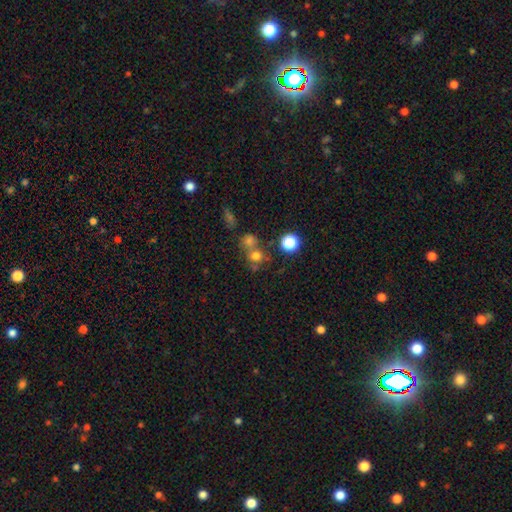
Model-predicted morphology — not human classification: smooth-or-featured: smooth: 68% | star or artifact: 21% | featured or disk: 12%
  how-rounded: round: 80% | in between: 18% | cigar-shaped: 1%
  merging: none: 48% | merger: 38% | minor disturbance: 9% | major disturbance: 5%